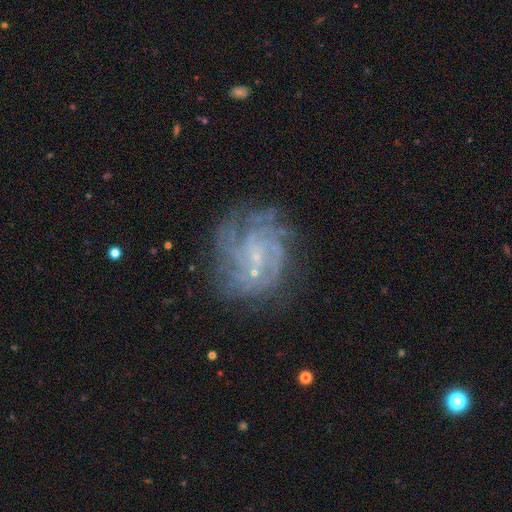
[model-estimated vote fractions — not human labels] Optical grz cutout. It shows a featured or disk galaxy (82%) with no bar (62%), tight (63%) spiral arms (94%) and a small central bulge (77%). Merging: none (67%).